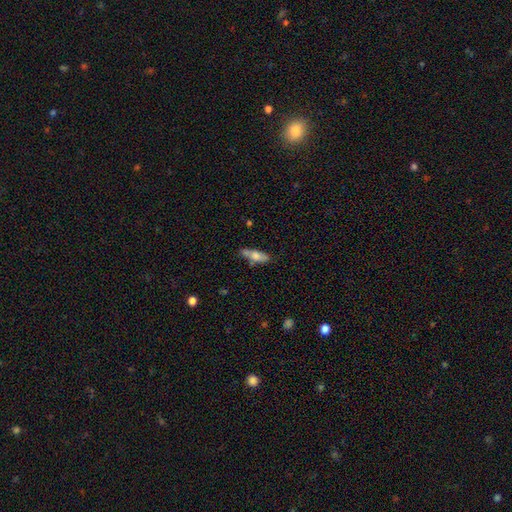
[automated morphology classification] The model was most divided on "how rounded": in between: 56%, cigar-shaped: 41%, round: 3%. More confident: smooth or featured — smooth (66%); merging — none (59%).